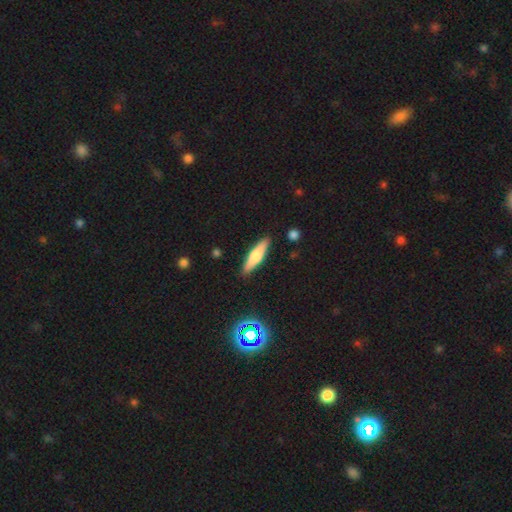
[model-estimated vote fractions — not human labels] A smooth galaxy with no disk features (64%) that is cigar-shaped (70%). Merging: none (88%).